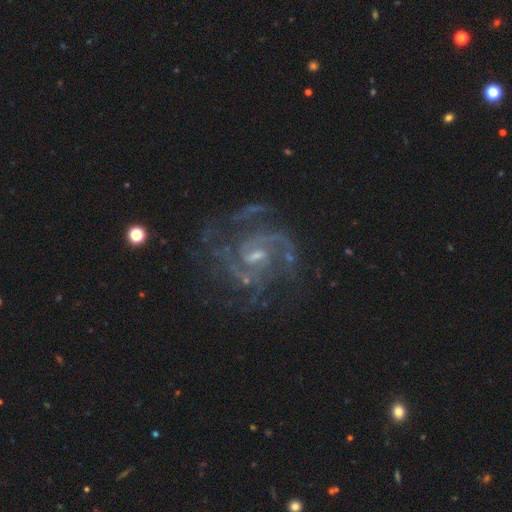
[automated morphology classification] Overall: featured or disk (88%). Edge-on disk: no (98%). Bar: weak (53%; no 33%). Spiral arms: yes (97%). Spiral arm count: 2 (43%; can't tell 19%). Spiral winding: medium (48%; tight 41%). Bulge size: small (61%; moderate 27%). Merging: none (68%).